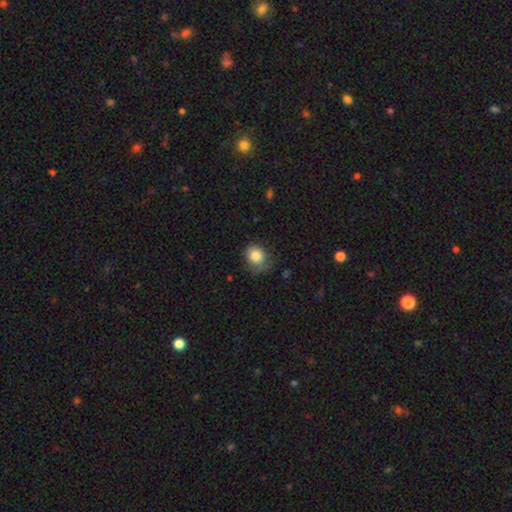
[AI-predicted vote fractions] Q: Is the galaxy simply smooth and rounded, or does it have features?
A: smooth — 82%.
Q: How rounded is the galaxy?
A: round — 70%.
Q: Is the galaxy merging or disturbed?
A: none — 54%.